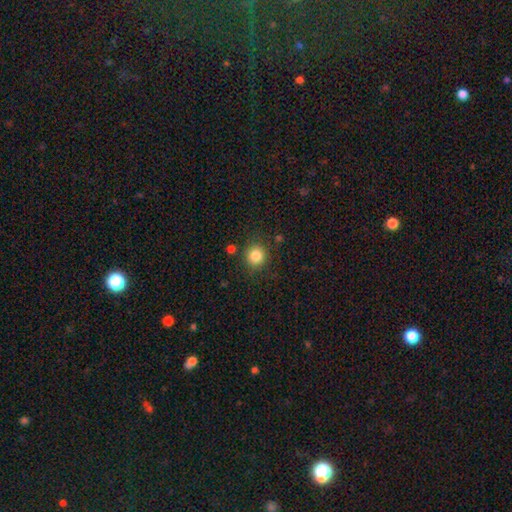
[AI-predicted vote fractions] This appears to be a smooth galaxy with no disk features (84%) that is round (88%). Merging: none (85%).